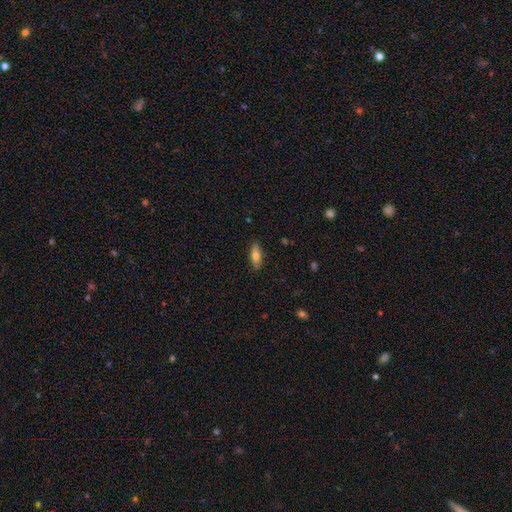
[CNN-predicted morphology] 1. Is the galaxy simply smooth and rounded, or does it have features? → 77% smooth, 16% featured or disk, 7% star or artifact.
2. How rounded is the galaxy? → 70% in between, 28% cigar-shaped, 2% round.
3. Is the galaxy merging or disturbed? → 87% none, 10% minor disturbance, 2% major disturbance, 1% merger.